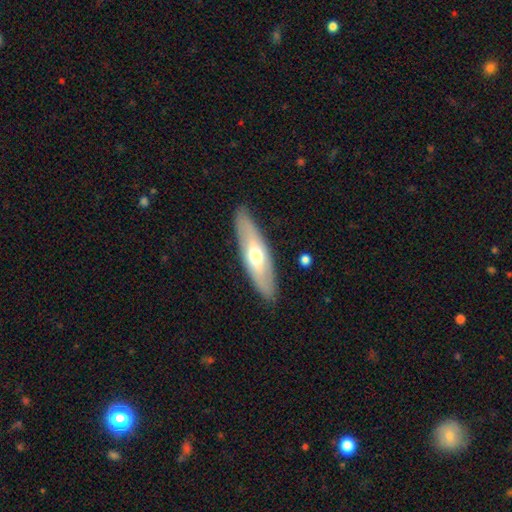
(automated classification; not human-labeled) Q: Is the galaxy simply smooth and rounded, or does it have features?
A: smooth — 49%.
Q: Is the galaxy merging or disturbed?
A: none — 87%.